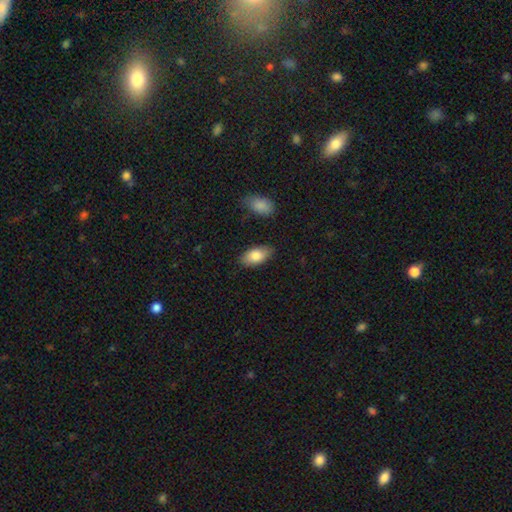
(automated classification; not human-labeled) The model was most divided on "smooth or featured": smooth: 83%, featured or disk: 11%, star or artifact: 6%. More confident: how rounded — in between (93%); merging — none (84%).